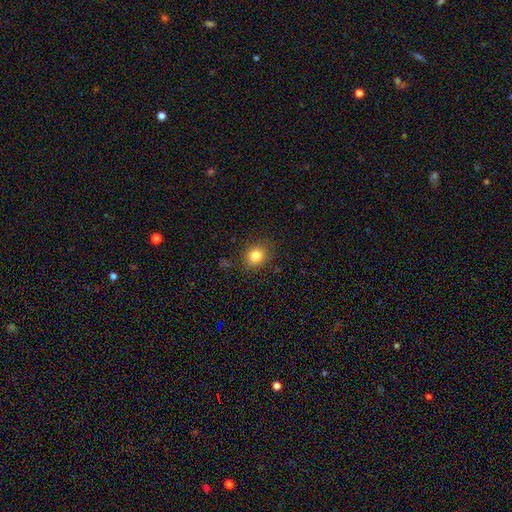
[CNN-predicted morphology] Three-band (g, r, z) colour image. It shows a smooth galaxy with no disk features (82%) that is round (73%). Merging: none (87%).